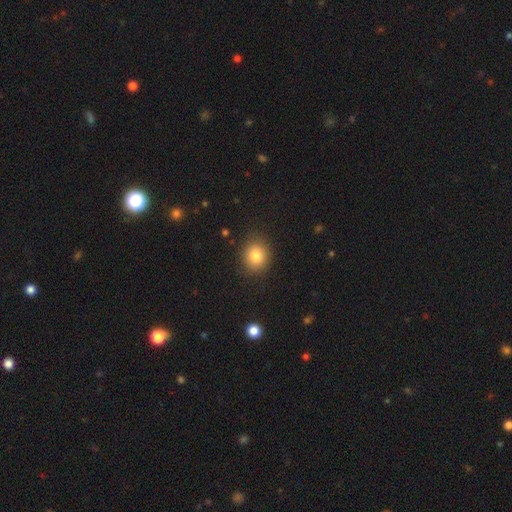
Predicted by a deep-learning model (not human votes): smooth 83%, star or artifact 10%, featured or disk 7%. Down the decision tree: how rounded — round (71%); merging — none (87%).